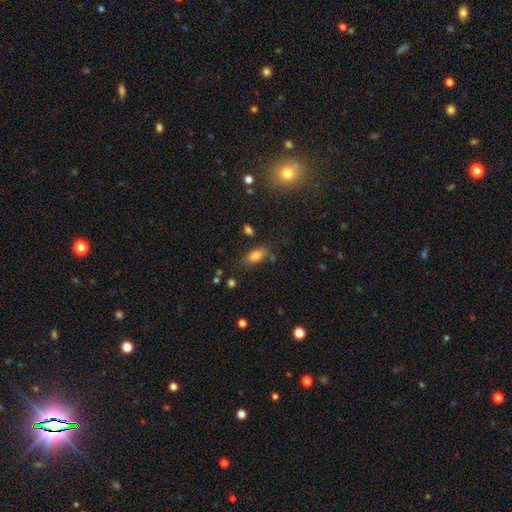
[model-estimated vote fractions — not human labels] A smooth galaxy with no disk features (80%) that is in between round and cigar-shaped (87%). Merging: none (73%).